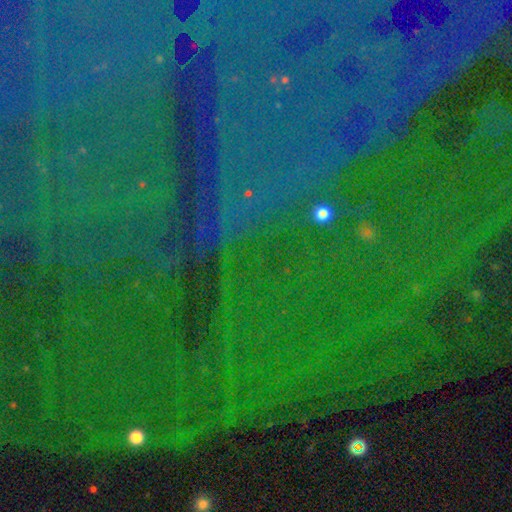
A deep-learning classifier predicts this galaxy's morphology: Q: Smooth or featured?
A: star or artifact (84%); runner-up: smooth (9%)